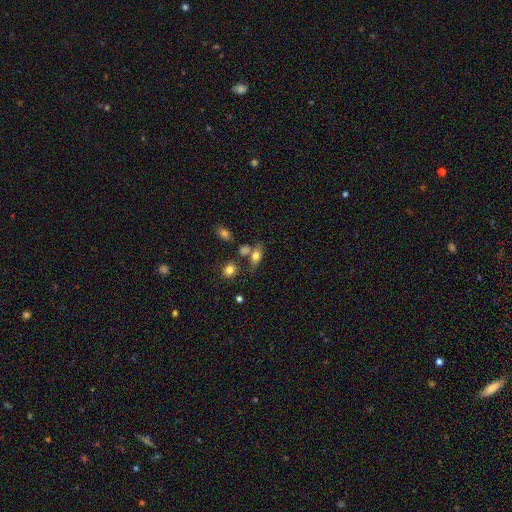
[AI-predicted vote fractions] The model was most divided on "merging": none: 55%, merger: 23%, minor disturbance: 16%, major disturbance: 7%. More confident: how rounded — in between (72%); smooth or featured — smooth (70%).